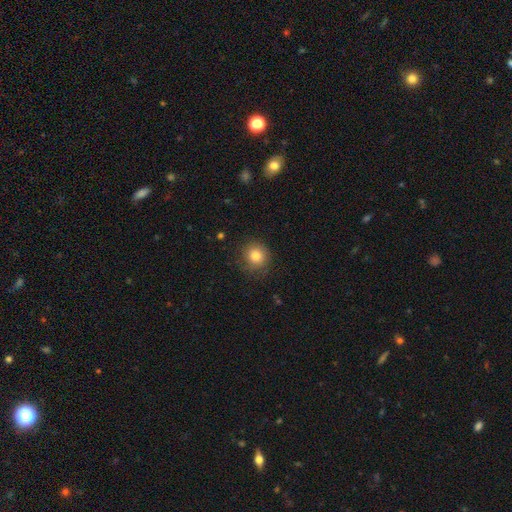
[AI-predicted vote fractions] A smooth galaxy with no disk features (81%) that is round (89%).

Vote fractions:
- Smooth or featured? smooth: 81% / star or artifact: 11% / featured or disk: 8%
- How rounded? round: 89% / in between: 10% / cigar-shaped: 1%
- Merging? none: 84% / minor disturbance: 12% / major disturbance: 4% / merger: 1%